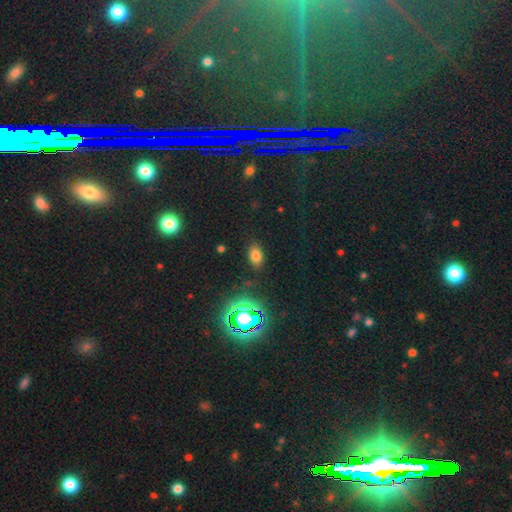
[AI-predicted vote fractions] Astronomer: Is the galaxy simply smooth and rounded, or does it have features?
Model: smooth — 71%.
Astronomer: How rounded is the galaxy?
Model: in between — 83%.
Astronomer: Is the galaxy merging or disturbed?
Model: none — 85%.